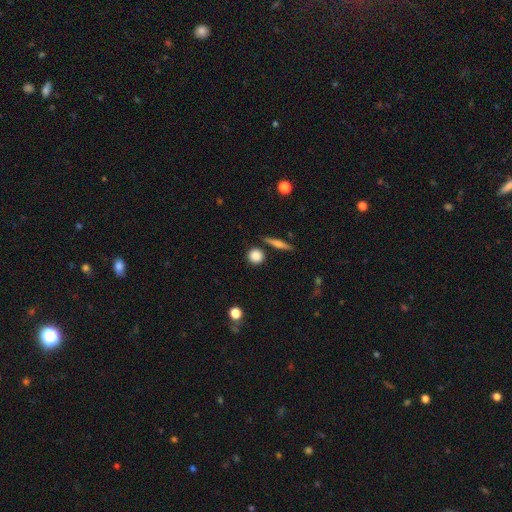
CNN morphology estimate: The model was most divided on "smooth or featured": smooth: 82%, featured or disk: 9%, star or artifact: 9%. More confident: how rounded — round (90%); merging — none (84%).